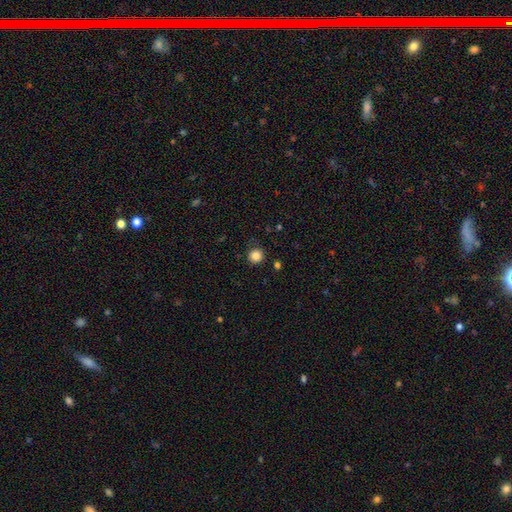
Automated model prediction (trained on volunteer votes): Q: Smooth or featured?
A: smooth (84%); runner-up: star or artifact (11%)
Q: How rounded?
A: round (94%); runner-up: in between (5%)
Q: Merging?
A: none (87%); runner-up: minor disturbance (9%)